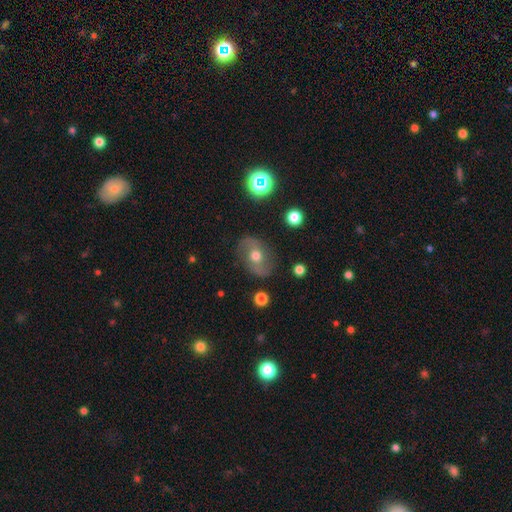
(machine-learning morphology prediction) type=featured or disk (63%); edge-on=no (95%); bar=no (60%); spiral arms=yes (81%); bulge=moderate (73%); merging=none (80%).